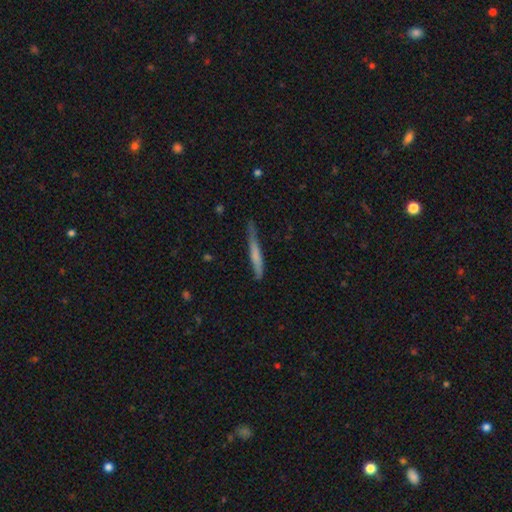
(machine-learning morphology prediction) This is likely a smooth galaxy (60%). How rounded: clearly cigar-shaped (95%). Merging: likely none (66%).